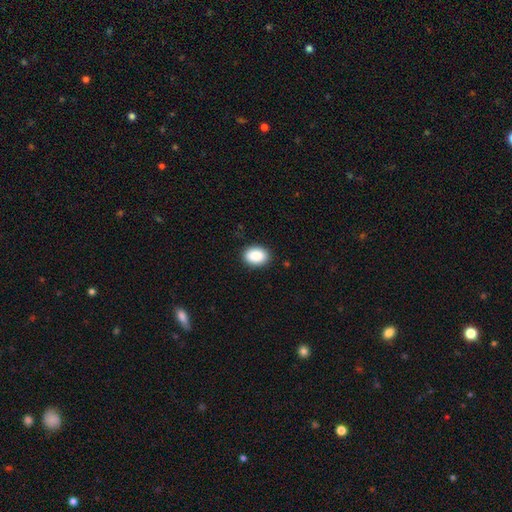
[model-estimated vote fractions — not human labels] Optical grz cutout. It shows a smooth galaxy with no disk features (89%) that is in between round and cigar-shaped (78%). Merging: none (89%).